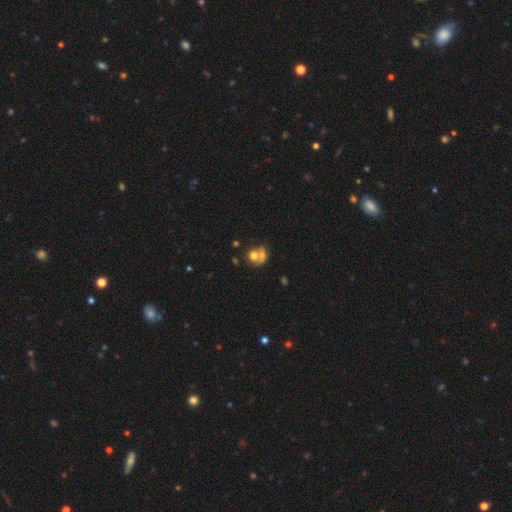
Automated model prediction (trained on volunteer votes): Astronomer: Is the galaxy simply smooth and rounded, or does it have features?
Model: smooth — 65%.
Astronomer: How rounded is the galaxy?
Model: round — 66%.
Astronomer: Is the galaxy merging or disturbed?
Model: merger — 57%.